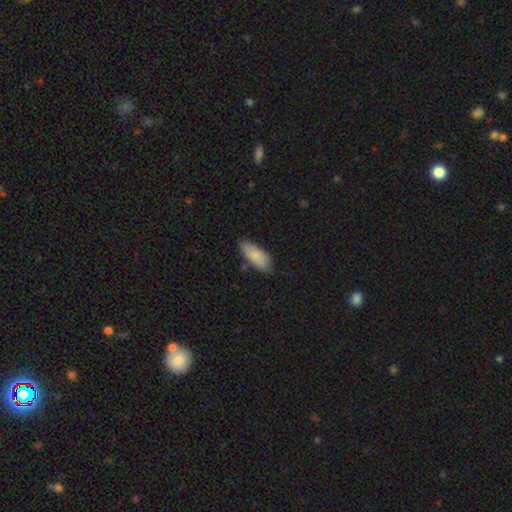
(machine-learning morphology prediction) The model was most divided on "merging": none: 68%, minor disturbance: 25%, major disturbance: 4%, merger: 3%. More confident: smooth or featured — smooth (83%); how rounded — in between (81%).